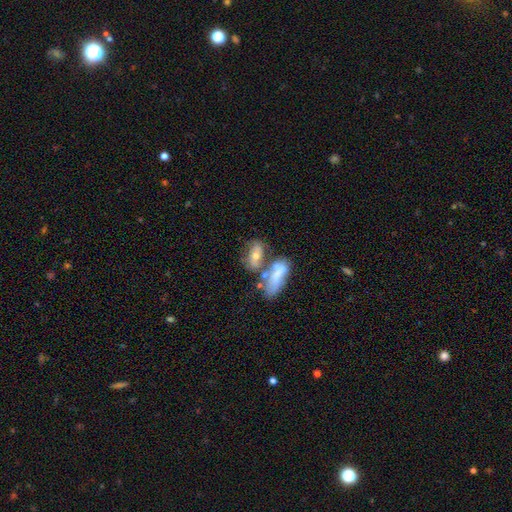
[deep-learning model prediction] Overall: smooth (53%; featured or disk 37%). How rounded: in between (78%). Merging: merger (45%; none 31%).